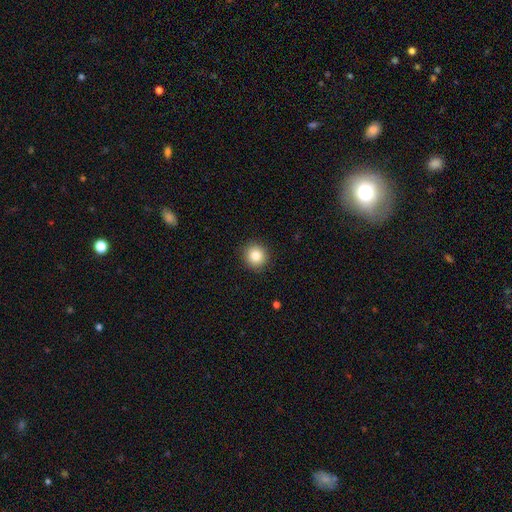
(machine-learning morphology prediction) Smooth or featured? Predicted: smooth (p=0.82). How rounded? Predicted: round (p=0.93). Merging? Predicted: none (p=0.91).